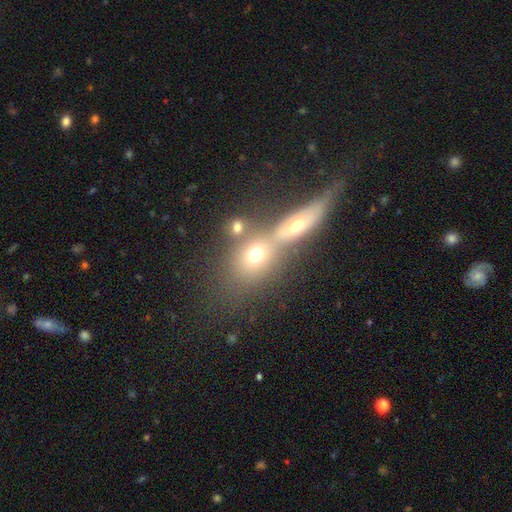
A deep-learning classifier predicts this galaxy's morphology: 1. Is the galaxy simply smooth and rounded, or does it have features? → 68% smooth, 18% featured or disk, 14% star or artifact.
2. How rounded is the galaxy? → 52% round, 43% in between, 5% cigar-shaped.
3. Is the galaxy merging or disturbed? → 50% merger, 37% none, 8% minor disturbance, 5% major disturbance.